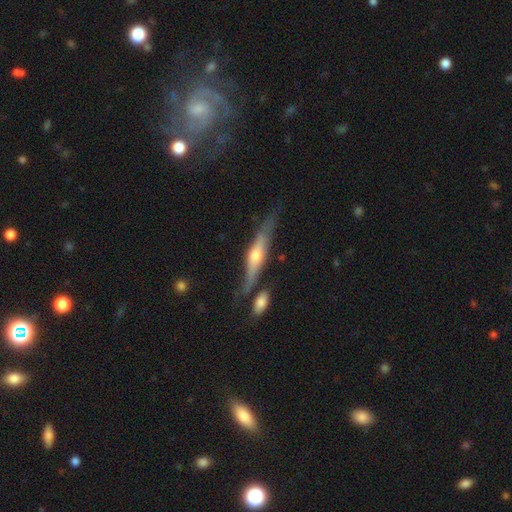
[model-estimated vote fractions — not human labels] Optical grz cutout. It shows a featured or disk galaxy (72%) viewed edge-on (92%) with a rounded central bulge (87%). Merging: none (69%).